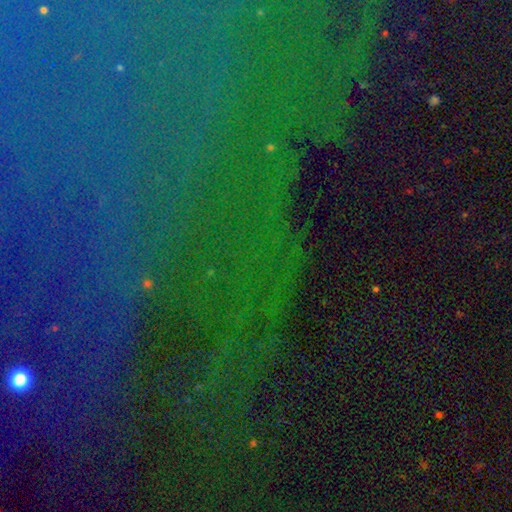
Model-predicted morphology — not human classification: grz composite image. It shows a star or artifact, not a galaxy (82%).